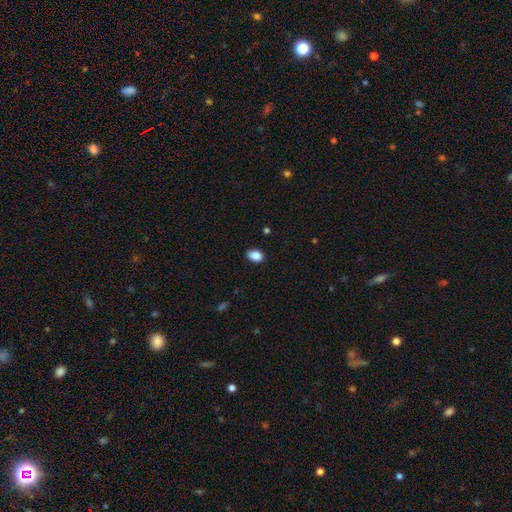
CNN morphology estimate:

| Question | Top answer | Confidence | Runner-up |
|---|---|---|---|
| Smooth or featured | smooth | 87% | star or artifact (9%) |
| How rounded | in between | 80% | round (18%) |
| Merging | none | 86% | minor disturbance (11%) |